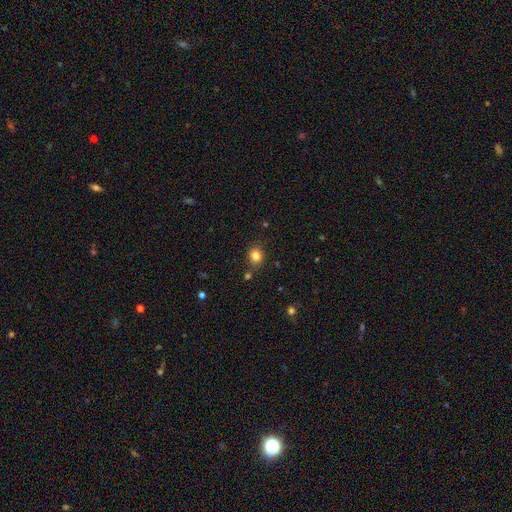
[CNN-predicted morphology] This is clearly a smooth galaxy (82%). How rounded: likely round (67%). Merging: likely none (79%).